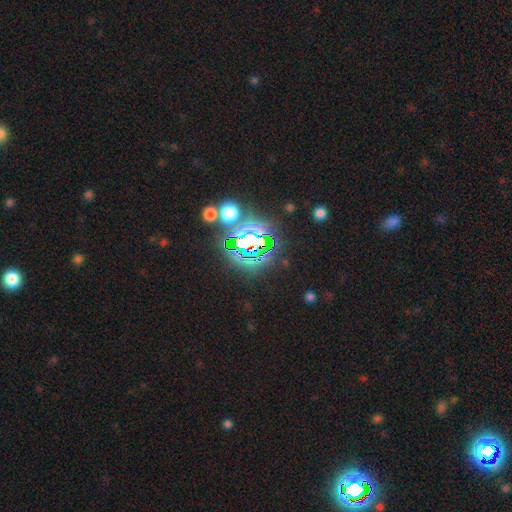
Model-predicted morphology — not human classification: A star or artifact, not a galaxy (74%).